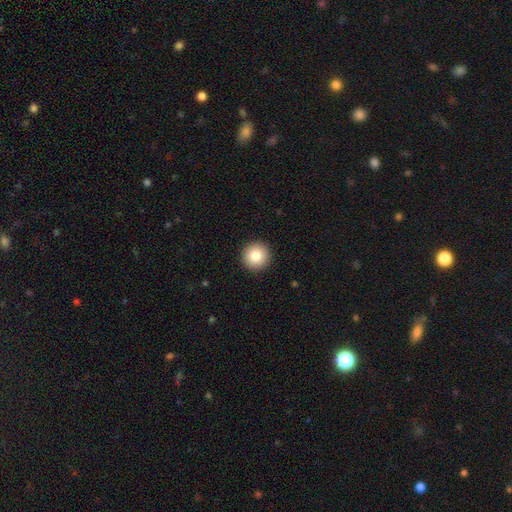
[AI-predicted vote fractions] Smooth or featured? Predicted: smooth (p=0.82). How rounded? Predicted: round (p=0.96). Merging? Predicted: none (p=0.93).